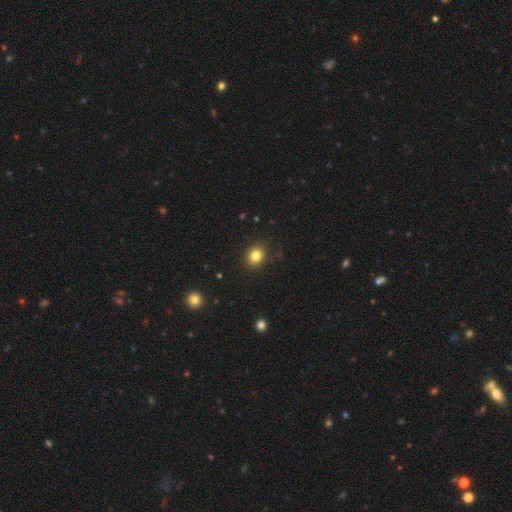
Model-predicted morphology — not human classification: smooth-or-featured: smooth: 82% | star or artifact: 12% | featured or disk: 6%
  how-rounded: round: 62% | in between: 37% | cigar-shaped: 1%
  merging: none: 86% | minor disturbance: 10% | major disturbance: 3% | merger: 1%